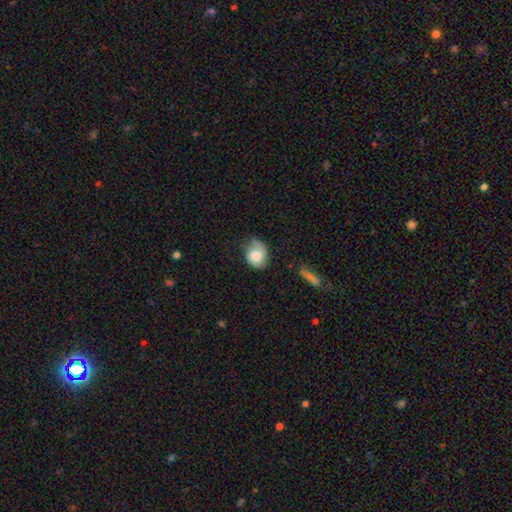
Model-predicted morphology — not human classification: This is likely a smooth galaxy (70%). How rounded: possibly round (50%). Merging: possibly none (47%).